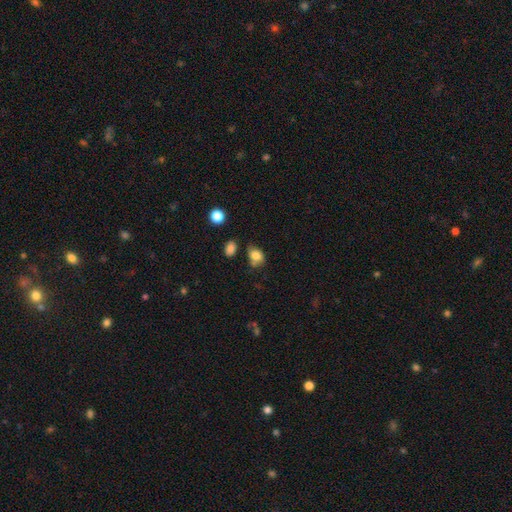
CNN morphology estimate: Smooth or featured: smooth — 80% (star or artifact — 10%)
How rounded: in between — 66% (round — 33%)
Merging: none — 49% (minor disturbance — 28%)